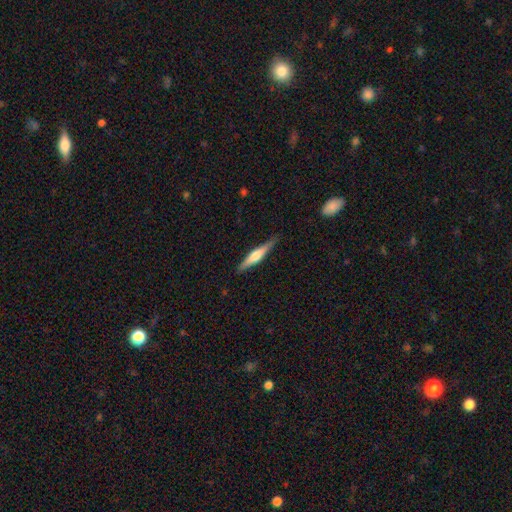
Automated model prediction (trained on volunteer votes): smooth_or_featured: featured or disk (p=0.62) [alt: smooth p=0.32]
disk_edge_on: yes (p=0.97) [alt: no p=0.03]
edge_on_bulge: rounded (p=0.86) [alt: boxy p=0.09]
merging: none (p=0.88) [alt: minor disturbance p=0.10]